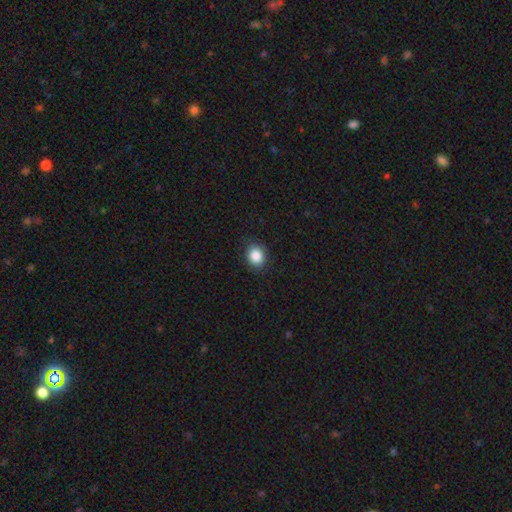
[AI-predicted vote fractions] Q: Smooth or featured?
A: smooth (87%); runner-up: star or artifact (9%)
Q: How rounded?
A: round (61%); runner-up: in between (38%)
Q: Merging?
A: none (86%); runner-up: minor disturbance (11%)